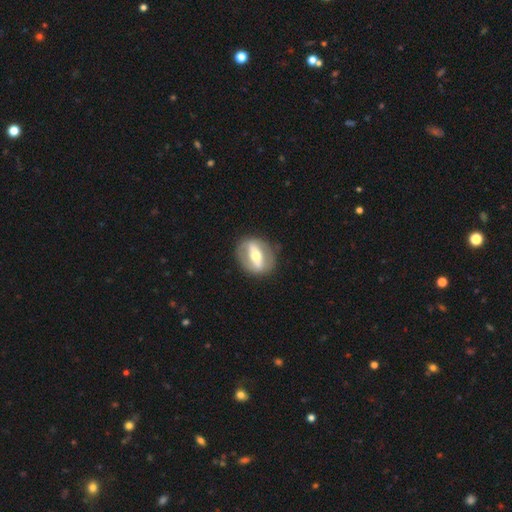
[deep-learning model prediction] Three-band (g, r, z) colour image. It shows a featured or disk galaxy (68%) with a strong bar (75%), no spiral arms (78%) and a moderate central bulge (66%). Merging: none (83%).